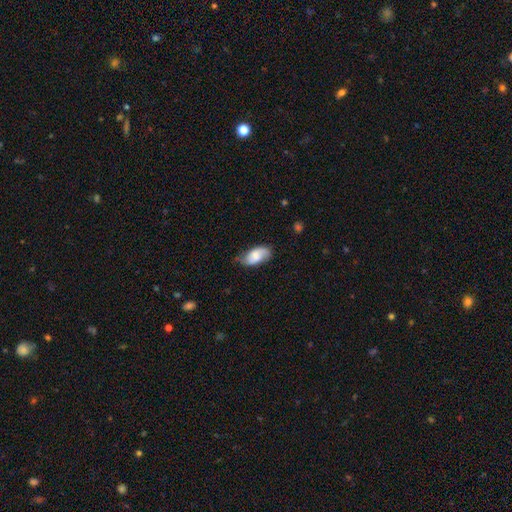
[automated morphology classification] smooth 60%, featured or disk 33%, star or artifact 7%. Down the decision tree: how rounded — in between (92%); merging — none (64%).